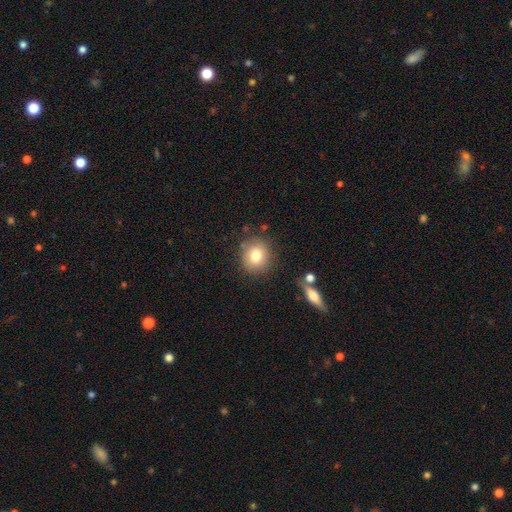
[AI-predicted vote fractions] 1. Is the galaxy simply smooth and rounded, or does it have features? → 79% smooth, 11% featured or disk, 10% star or artifact.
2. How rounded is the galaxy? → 82% round, 17% in between, 1% cigar-shaped.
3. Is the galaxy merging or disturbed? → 83% none, 11% minor disturbance, 3% major disturbance, 3% merger.